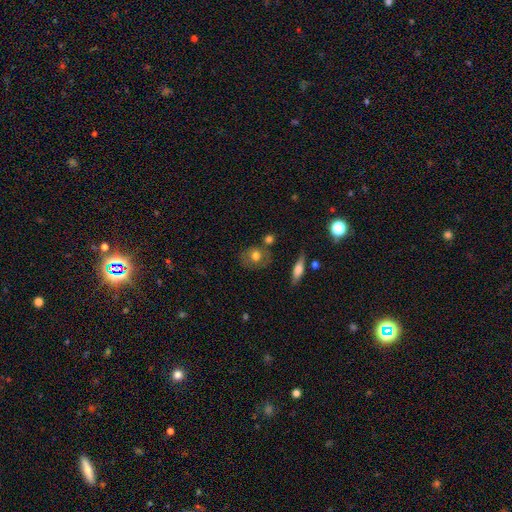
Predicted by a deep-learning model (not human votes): smooth 67%, featured or disk 25%, star or artifact 9%. Down the decision tree: how rounded — round (63%); merging — none (69%).